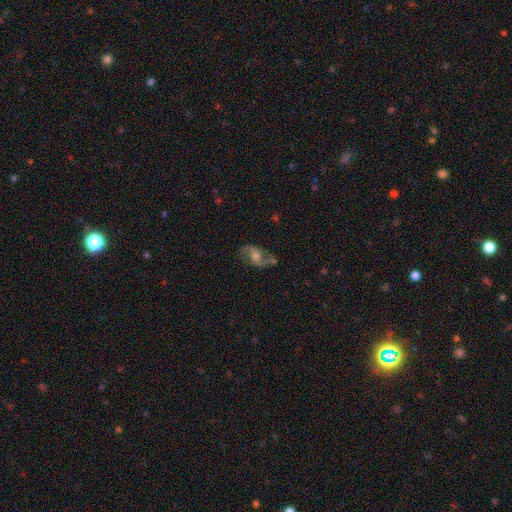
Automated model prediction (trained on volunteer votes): Morphology: type=featured or disk (73%); edge-on=no (95%); bar=no (48%); spiral arms=yes (89%); winding=loose (61%); arm count=2 (89%); bulge=moderate (56%); merging=none (65%).